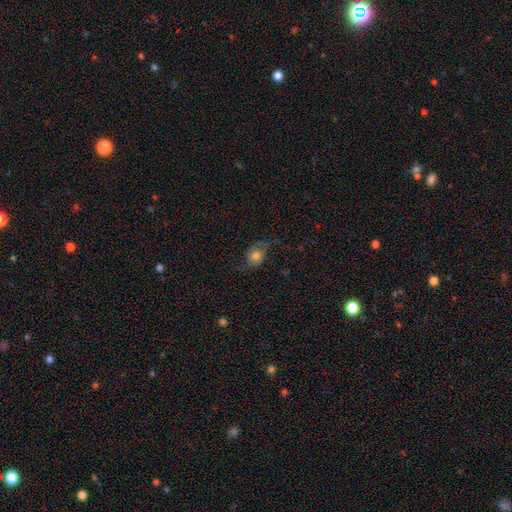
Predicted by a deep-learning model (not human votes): Smooth or featured?
  - smooth: 45% * (tied)
  - featured or disk: 45% * (tied)
  - star or artifact: 10%
Merging?
  - none: 58% *
  - minor disturbance: 23%
  - major disturbance: 18%
  - merger: 2%